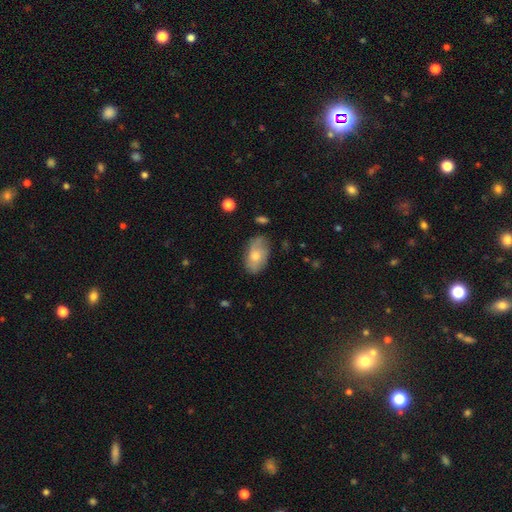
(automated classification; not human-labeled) smooth-or-featured: smooth: 63% | featured or disk: 31% | star or artifact: 7%
  how-rounded: in between: 92% | round: 7% | cigar-shaped: 2%
  merging: none: 66% | minor disturbance: 25% | major disturbance: 7% | merger: 2%